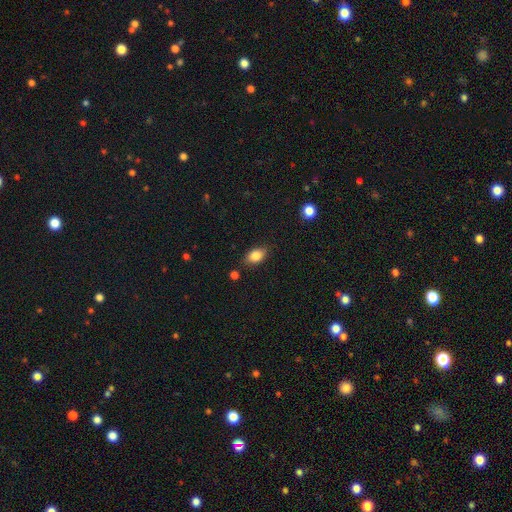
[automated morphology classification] Smooth or featured?
  - smooth: 83% *
  - featured or disk: 8%
  - star or artifact: 8%
How rounded?
  - in between: 85% *
  - round: 12%
  - cigar-shaped: 3%
Merging?
  - none: 80% *
  - minor disturbance: 14%
  - major disturbance: 3%
  - merger: 3%